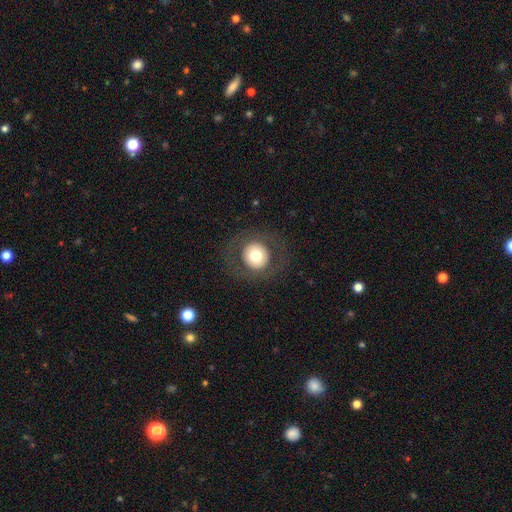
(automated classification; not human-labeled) Morphology: type=smooth (64%); roundness=round (93%); merging=none (84%).